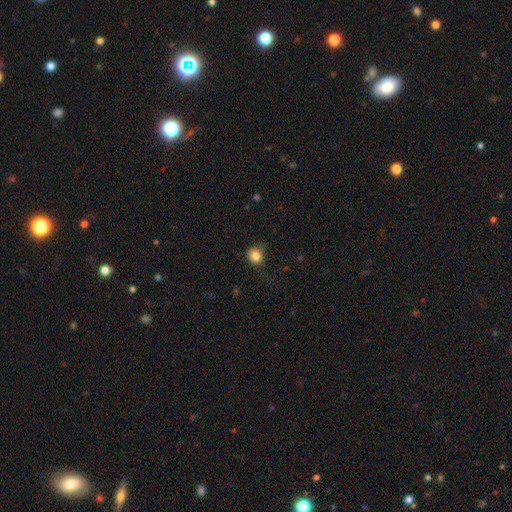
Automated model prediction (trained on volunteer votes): A smooth galaxy with no disk features (82%) that is round (85%). Merging: none (67%).